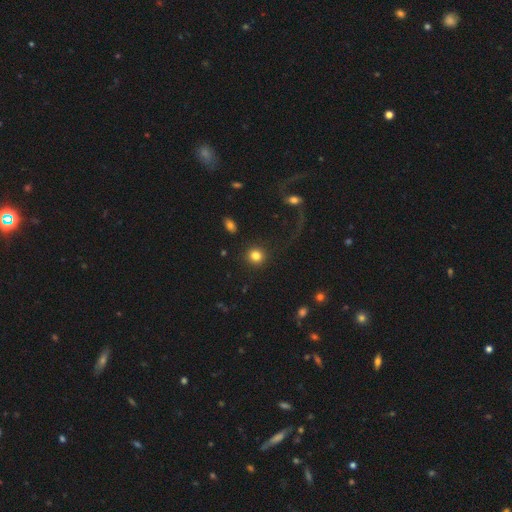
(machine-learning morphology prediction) type=smooth (83%); roundness=round (91%); merging=none (90%).